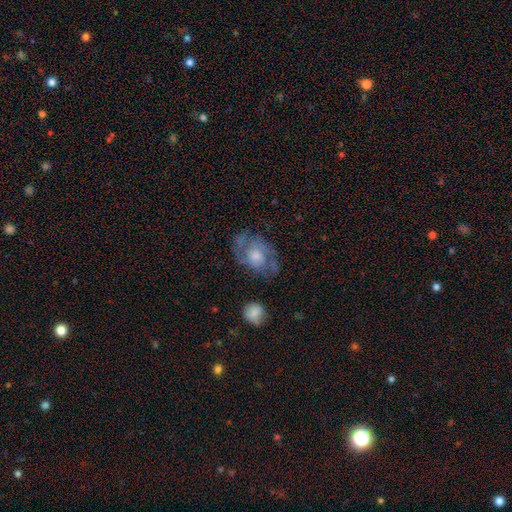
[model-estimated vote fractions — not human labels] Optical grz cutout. It shows a featured or disk galaxy (71%) with no bar (76%), 2 (54%) medium (45%) spiral arms (83%) and a moderate central bulge (52%). Merging: none (67%).